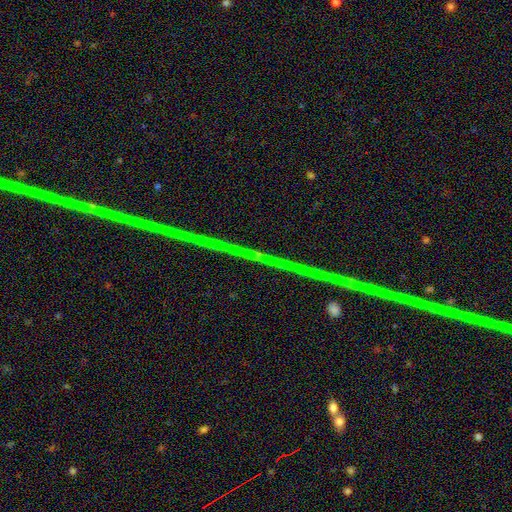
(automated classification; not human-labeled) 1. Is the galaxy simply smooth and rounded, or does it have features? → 65% star or artifact, 27% featured or disk, 8% smooth.